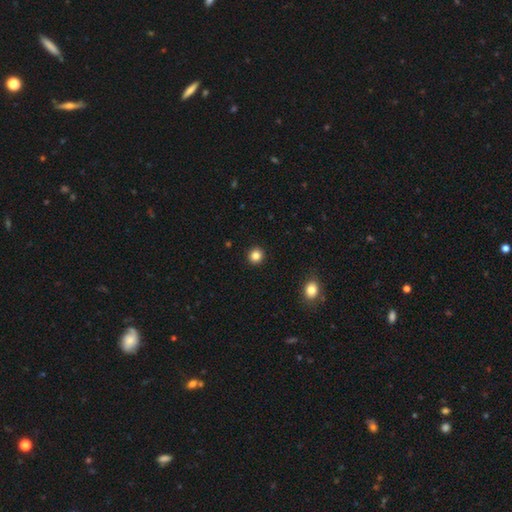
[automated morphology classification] Smooth or featured? Predicted: smooth (p=0.84). How rounded? Predicted: round (p=0.93). Merging? Predicted: none (p=0.93).